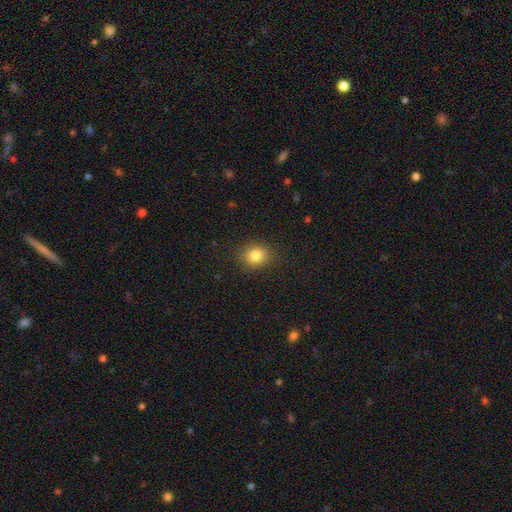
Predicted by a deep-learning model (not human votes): Smooth or featured? smooth (83%)
How rounded? round (65%)
Merging? none (89%)